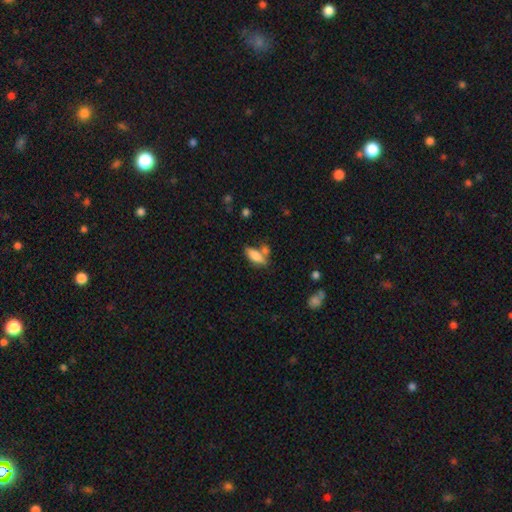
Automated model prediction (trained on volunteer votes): Morphology: type=smooth (77%); roundness=in between (72%); merging=none (51%).